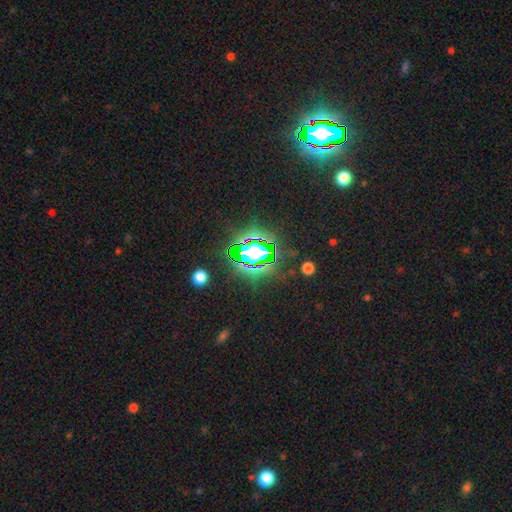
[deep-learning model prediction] The model was most divided on "smooth or featured": star or artifact: 71%, smooth: 17%, featured or disk: 11%.